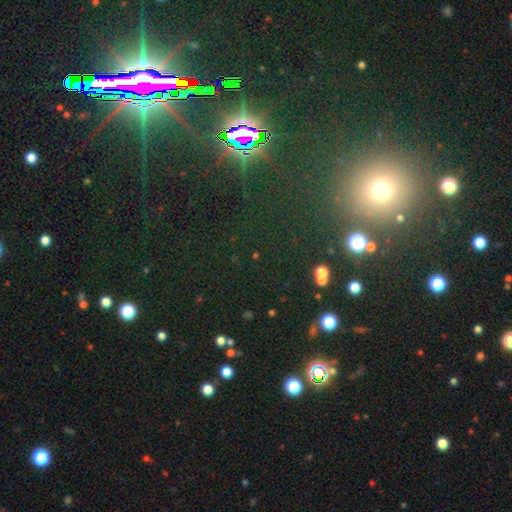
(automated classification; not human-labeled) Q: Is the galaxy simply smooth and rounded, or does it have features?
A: star or artifact — 74%.